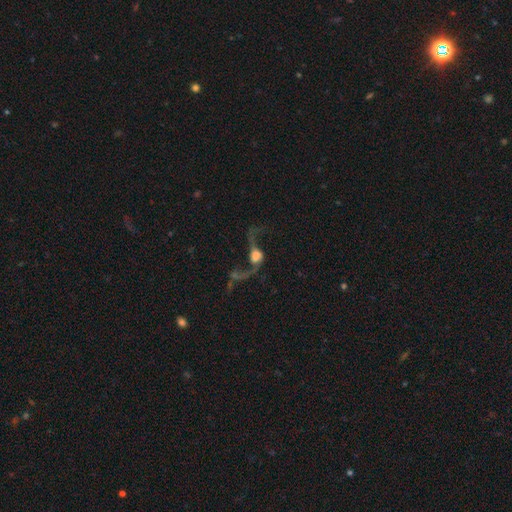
Smooth or featured? 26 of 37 (70%) said featured or disk. Edge-on disk? 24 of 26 (92%) said no. Bar? 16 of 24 (67%) said no. Spiral arms? 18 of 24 (75%) said yes. Spiral winding? 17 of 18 (94%) said loose. Spiral arm count? 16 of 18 (89%) said 2. Bulge size? 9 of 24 (38%) said large. Merging? 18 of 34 (53%) said major disturbance.